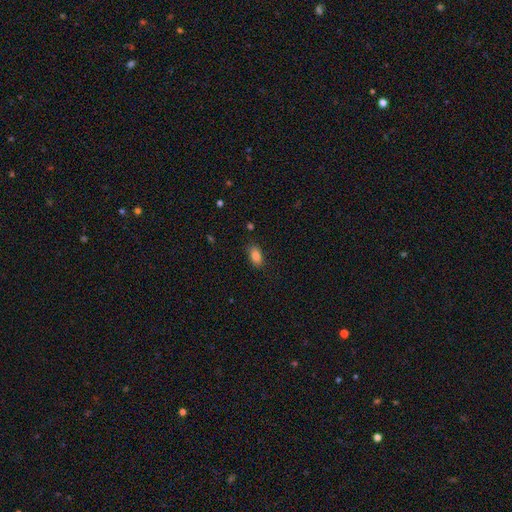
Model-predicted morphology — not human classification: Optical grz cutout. It shows a smooth galaxy with no disk features (87%) that is in between round and cigar-shaped (89%). Merging: none (84%).